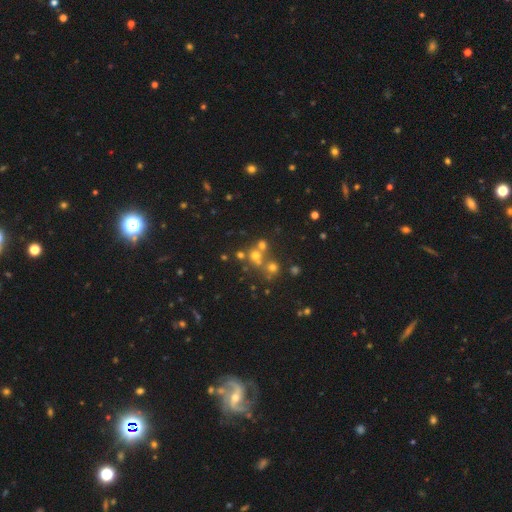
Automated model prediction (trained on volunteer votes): This appears to be a smooth galaxy with no disk features (56%) that is round (86%). Merging: none (51%).